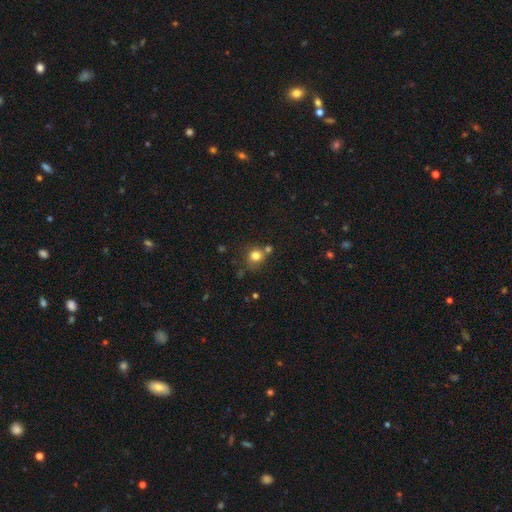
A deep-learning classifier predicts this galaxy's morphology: A smooth galaxy with no disk features (80%) that is round (86%). Merging: none (66%).